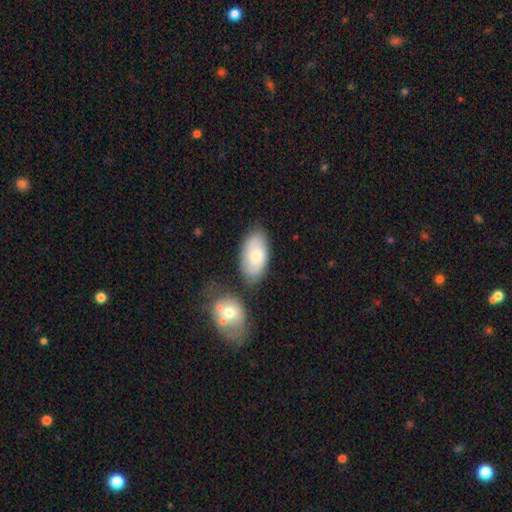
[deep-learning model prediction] smooth_or_featured: smooth (p=0.64) [alt: featured or disk p=0.30]
how_rounded: in between (p=0.93) [alt: round p=0.04]
merging: none (p=0.68) [alt: minor disturbance p=0.17]